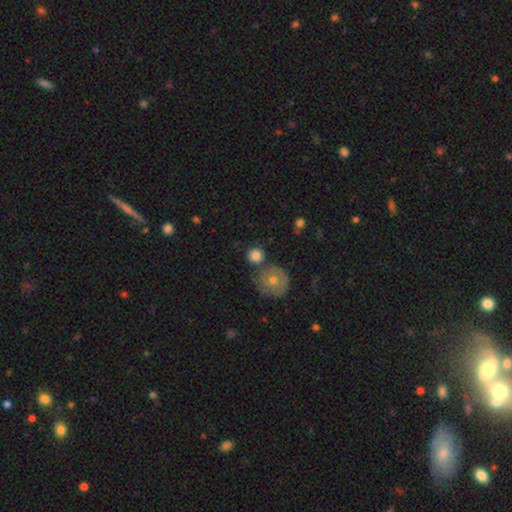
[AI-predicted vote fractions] This appears to be a smooth galaxy with no disk features (81%) that is round (91%). Merging: none (67%).